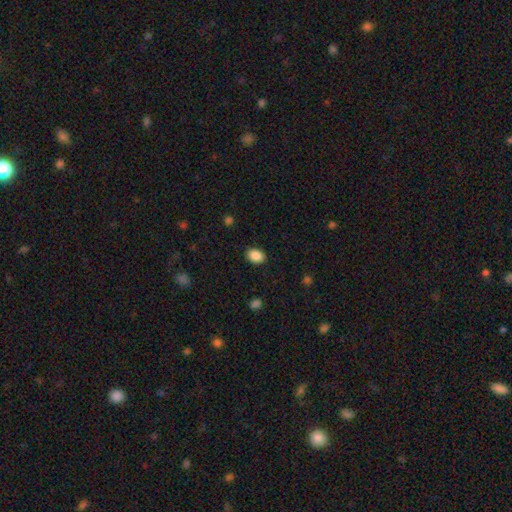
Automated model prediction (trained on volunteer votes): The model was most divided on "how rounded": in between: 76%, round: 23%, cigar-shaped: 1%. More confident: merging — none (88%); smooth or featured — smooth (88%).